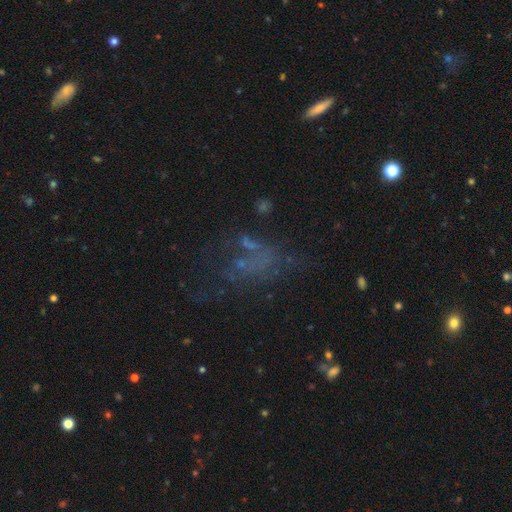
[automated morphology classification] Q: Smooth or featured?
A: featured or disk (41%); runner-up: star or artifact (30%)
Q: Merging?
A: none (39%); runner-up: major disturbance (34%)